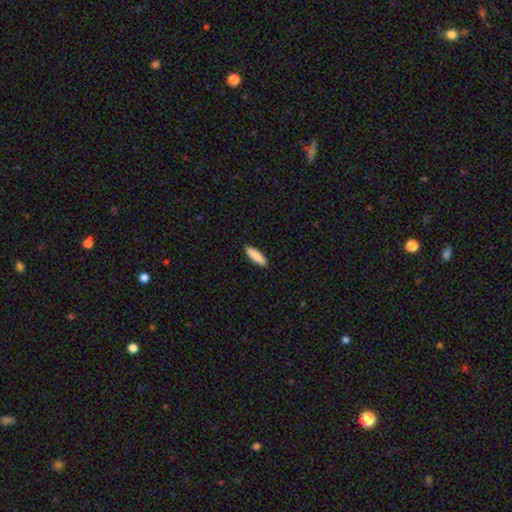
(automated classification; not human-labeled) Smooth or featured? smooth (88%)
How rounded? cigar-shaped (61%)
Merging? none (91%)